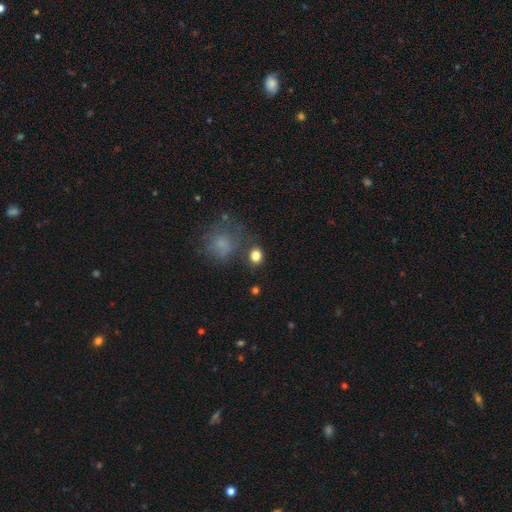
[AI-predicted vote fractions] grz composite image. It shows a smooth galaxy with no disk features (82%) that is round (67%). Merging: none (78%).